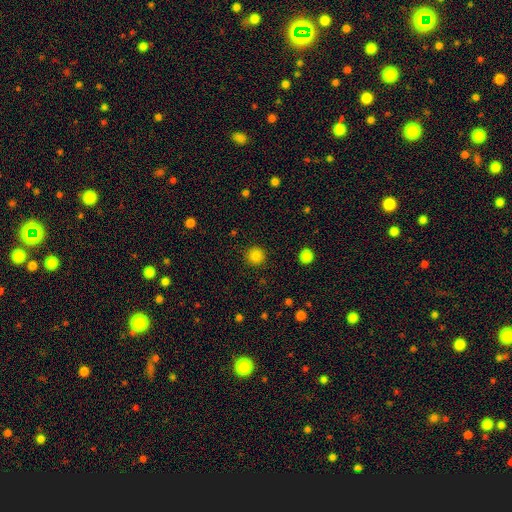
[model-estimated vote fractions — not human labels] Smooth or featured? smooth (85%)
How rounded? round (94%)
Merging? none (91%)